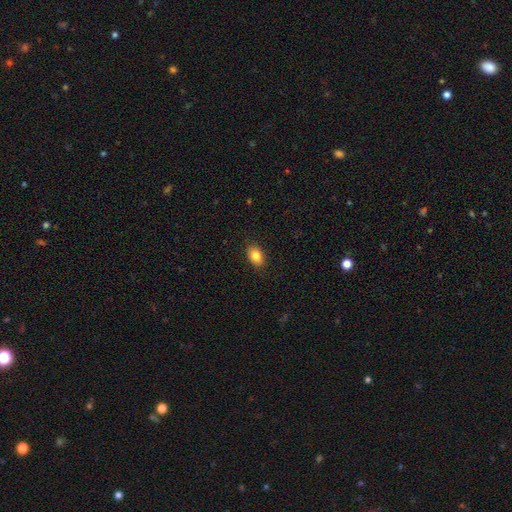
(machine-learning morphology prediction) This is clearly a smooth galaxy (84%). How rounded: clearly in between (86%). Merging: clearly none (88%).